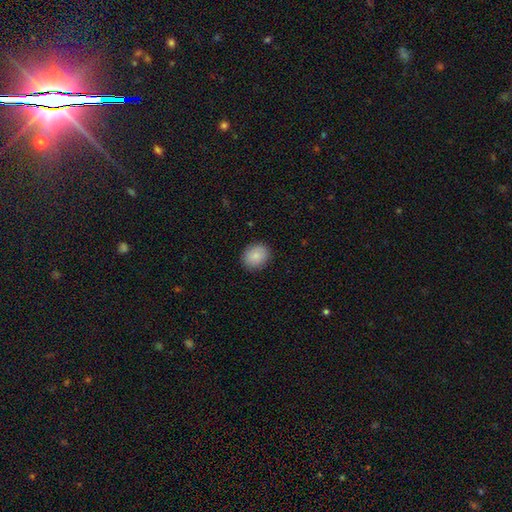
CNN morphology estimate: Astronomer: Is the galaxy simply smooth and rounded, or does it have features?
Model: smooth — 87%.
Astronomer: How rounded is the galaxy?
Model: round — 68%.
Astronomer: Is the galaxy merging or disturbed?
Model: none — 89%.